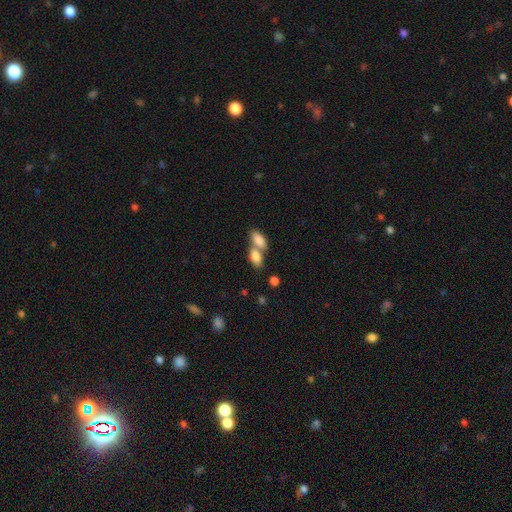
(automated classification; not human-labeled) The model was most divided on "merging": merger: 61%, none: 28%, minor disturbance: 7%, major disturbance: 3%. More confident: how rounded — in between (90%); smooth or featured — smooth (83%).